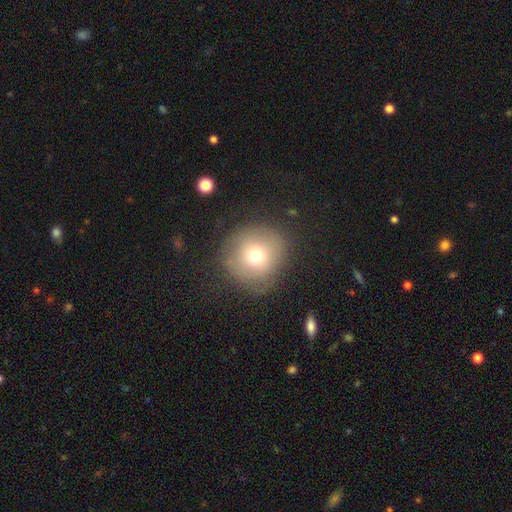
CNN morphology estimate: Smooth or featured? smooth (70%)
How rounded? round (91%)
Merging? none (77%)